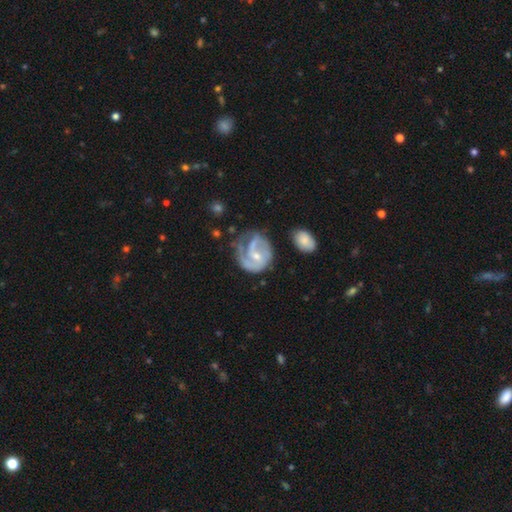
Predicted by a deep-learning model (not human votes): Overall: featured or disk (79%). Edge-on disk: no (98%). Bar: no (46%; weak 42%). Spiral arms: yes (90%). Spiral arm count: 2 (46%; 1 29%). Spiral winding: medium (43%; tight 37%). Bulge size: small (59%; moderate 35%). Merging: none (44%; major disturbance 26%).